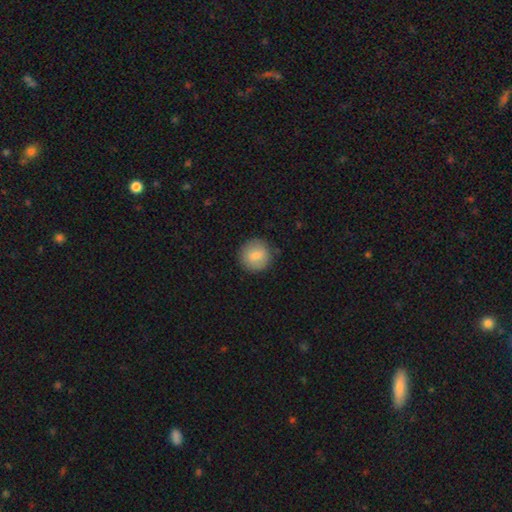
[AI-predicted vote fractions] smooth-or-featured: smooth: 80% | featured or disk: 12% | star or artifact: 7%
  how-rounded: round: 94% | in between: 5% | cigar-shaped: 1%
  merging: none: 88% | minor disturbance: 8% | major disturbance: 2% | merger: 1%